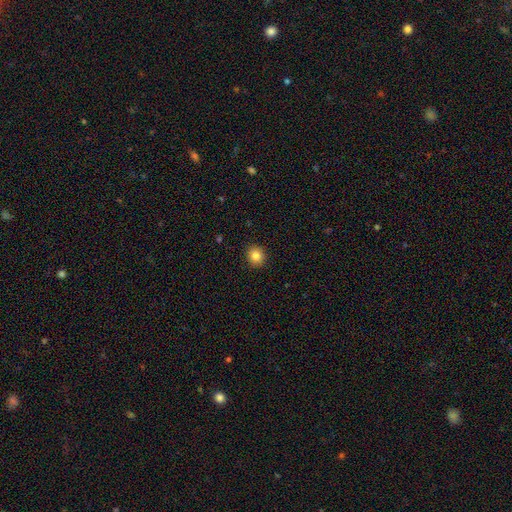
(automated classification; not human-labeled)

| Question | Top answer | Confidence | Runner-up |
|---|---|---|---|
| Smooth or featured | smooth | 84% | star or artifact (11%) |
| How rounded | round | 83% | in between (16%) |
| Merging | none | 92% | minor disturbance (6%) |